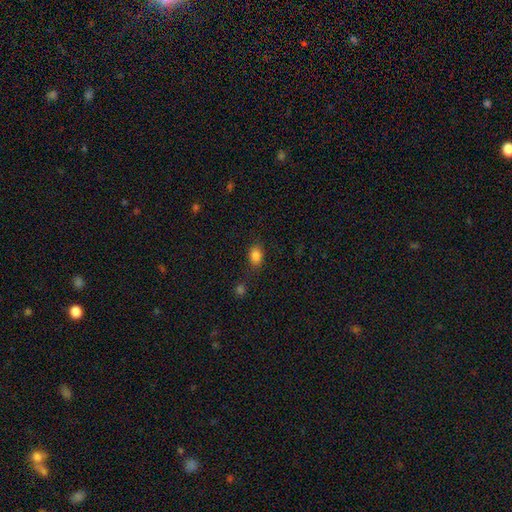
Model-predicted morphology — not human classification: A smooth galaxy with no disk features (83%) that is in between round and cigar-shaped (74%).

Vote fractions:
- Smooth or featured? smooth: 83% / star or artifact: 12% / featured or disk: 6%
- How rounded? in between: 74% / round: 24% / cigar-shaped: 2%
- Merging? none: 73% / minor disturbance: 15% / merger: 6% / major disturbance: 5%